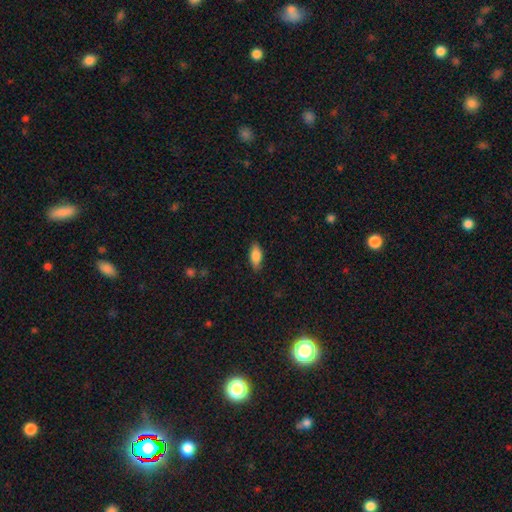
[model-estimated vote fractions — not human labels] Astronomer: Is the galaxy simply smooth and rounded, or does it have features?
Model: smooth — 84%.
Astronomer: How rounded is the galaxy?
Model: in between — 80%.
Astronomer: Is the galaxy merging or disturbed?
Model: none — 86%.